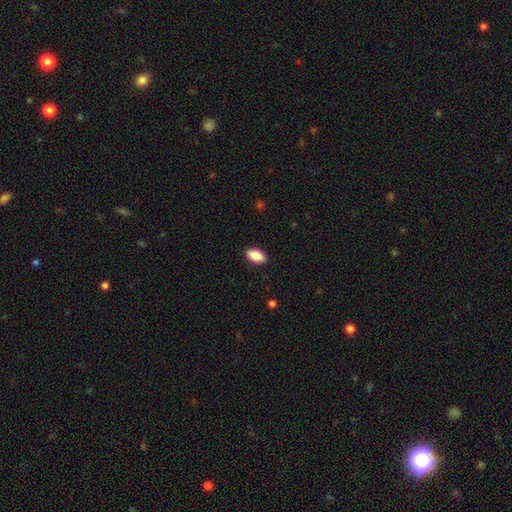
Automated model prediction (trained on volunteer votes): smooth 85%, featured or disk 8%, star or artifact 7%. Down the decision tree: how rounded — in between (92%); merging — none (89%).